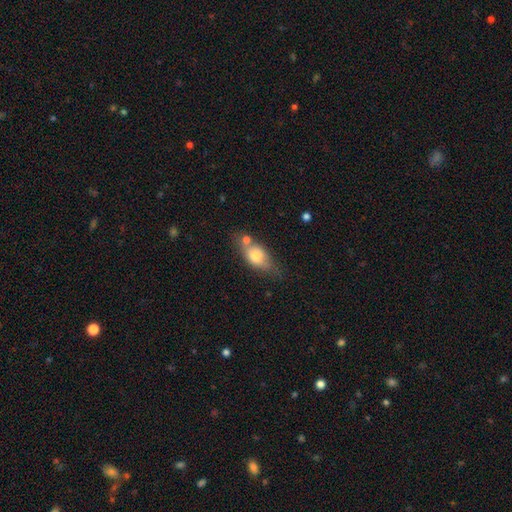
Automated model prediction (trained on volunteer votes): smooth-or-featured: smooth: 69% | featured or disk: 23% | star or artifact: 8%
  how-rounded: in between: 77% | cigar-shaped: 12% | round: 11%
  merging: none: 52% | merger: 22% | minor disturbance: 20% | major disturbance: 6%